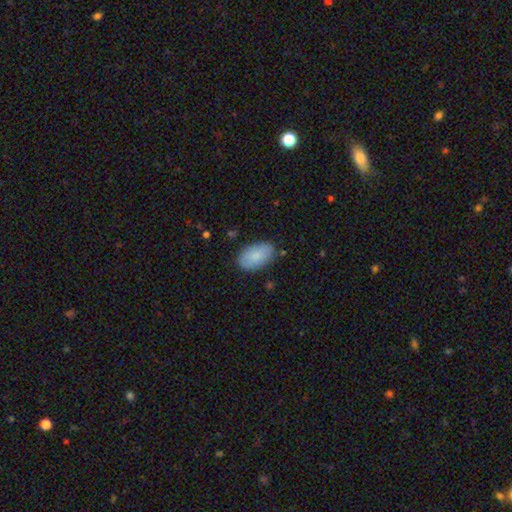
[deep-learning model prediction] The model was most divided on "merging": none: 81%, minor disturbance: 15%, major disturbance: 3%, merger: 2%. More confident: how rounded — in between (94%); smooth or featured — smooth (85%).